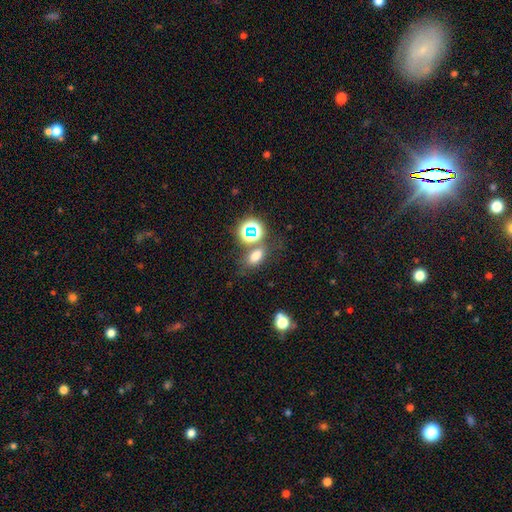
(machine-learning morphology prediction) smooth-or-featured: smooth: 68% | star or artifact: 22% | featured or disk: 9%
  how-rounded: in between: 75% | round: 21% | cigar-shaped: 4%
  merging: none: 62% | merger: 18% | minor disturbance: 13% | major disturbance: 6%